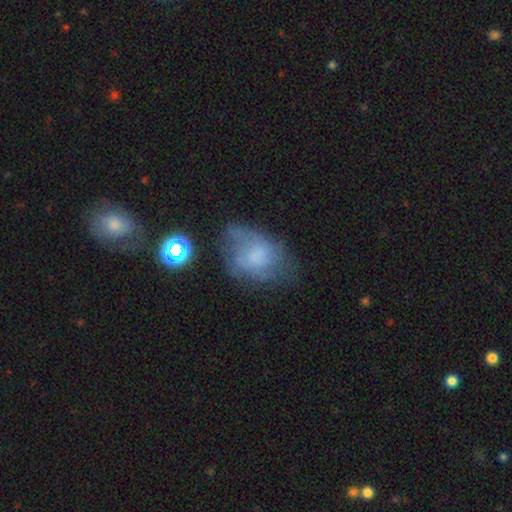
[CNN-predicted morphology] type=smooth (52%); roundness=in between (71%); merging=none (41%).